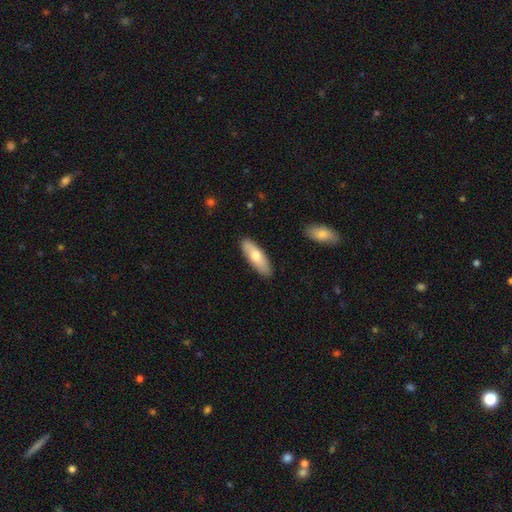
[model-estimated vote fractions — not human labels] Morphology: type=smooth (70%); roundness=in between (59%); merging=none (87%).